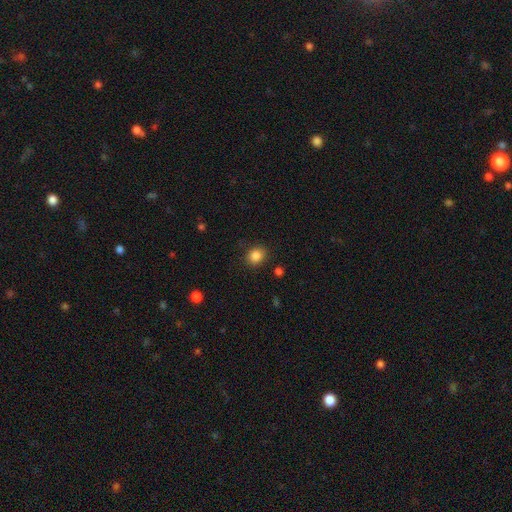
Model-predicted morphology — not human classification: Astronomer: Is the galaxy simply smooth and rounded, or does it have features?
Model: smooth — 85%.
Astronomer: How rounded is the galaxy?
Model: round — 66%.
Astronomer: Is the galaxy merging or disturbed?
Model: none — 87%.